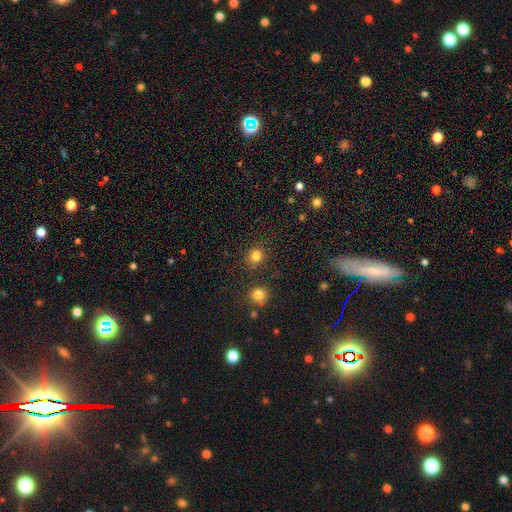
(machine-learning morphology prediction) A smooth galaxy with no disk features (81%) that is round (85%). Merging: none (87%).